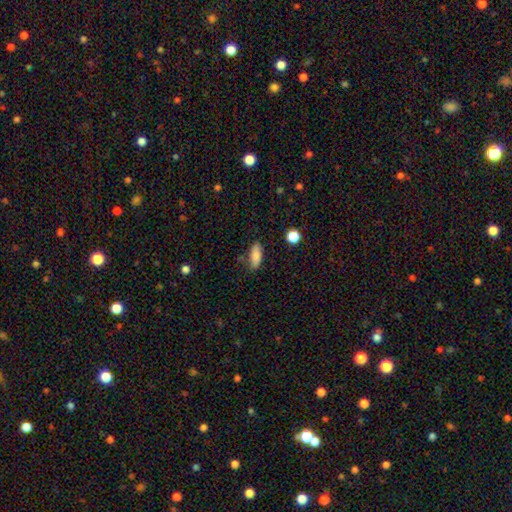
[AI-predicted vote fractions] Smooth or featured?
  - smooth: 81% *
  - featured or disk: 12%
  - star or artifact: 8%
How rounded?
  - in between: 78% *
  - cigar-shaped: 19%
  - round: 3%
Merging?
  - none: 78% *
  - minor disturbance: 15%
  - merger: 3%
  - major disturbance: 3%